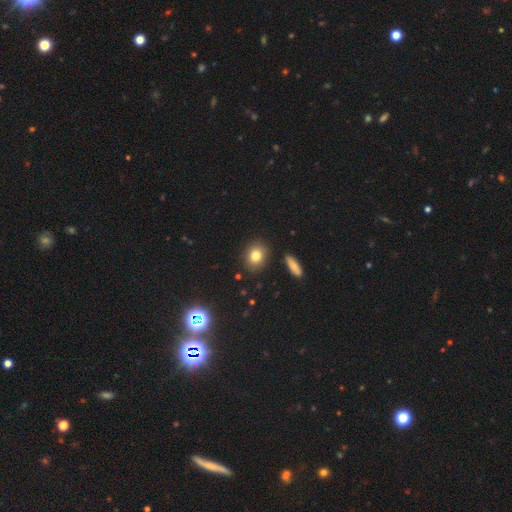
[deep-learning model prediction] Q: Smooth or featured?
A: smooth (80%); runner-up: star or artifact (12%)
Q: How rounded?
A: round (56%); runner-up: in between (42%)
Q: Merging?
A: none (86%); runner-up: minor disturbance (9%)